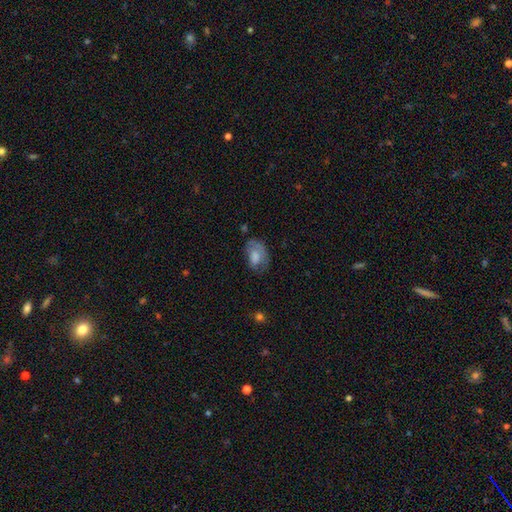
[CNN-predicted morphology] Smooth or featured? Predicted: smooth (p=0.65). How rounded? Predicted: in between (p=0.86). Merging? Predicted: none (p=0.47).